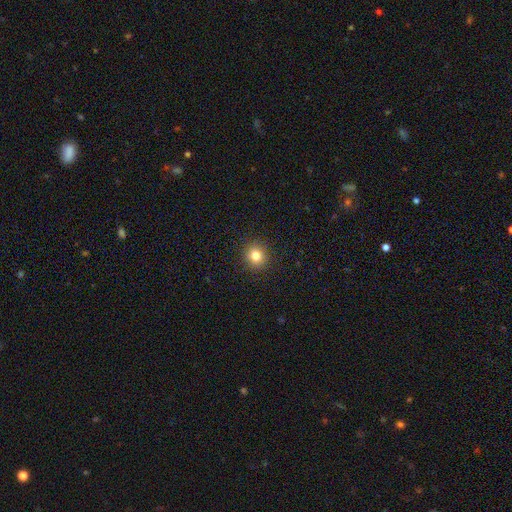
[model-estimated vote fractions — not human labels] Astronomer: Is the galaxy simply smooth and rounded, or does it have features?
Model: smooth — 81%.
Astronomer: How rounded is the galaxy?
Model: round — 90%.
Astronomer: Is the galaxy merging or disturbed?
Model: none — 92%.